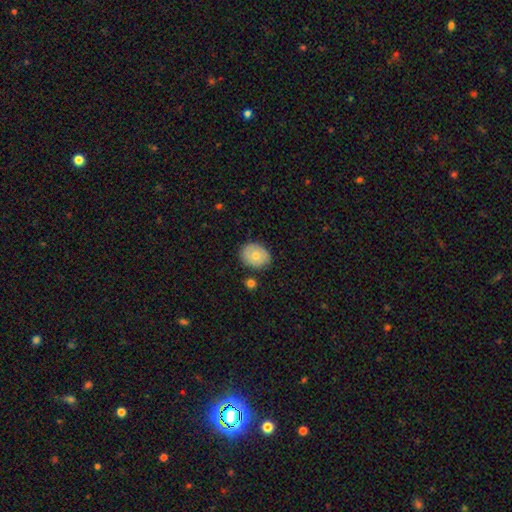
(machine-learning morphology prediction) A smooth galaxy with no disk features (69%) that is round (50%). Merging: none (80%).